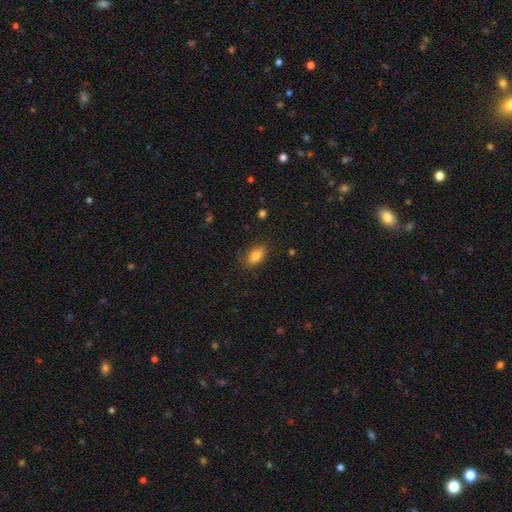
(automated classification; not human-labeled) Smooth or featured? Predicted: smooth (p=0.81). How rounded? Predicted: in between (p=0.86). Merging? Predicted: none (p=0.76).